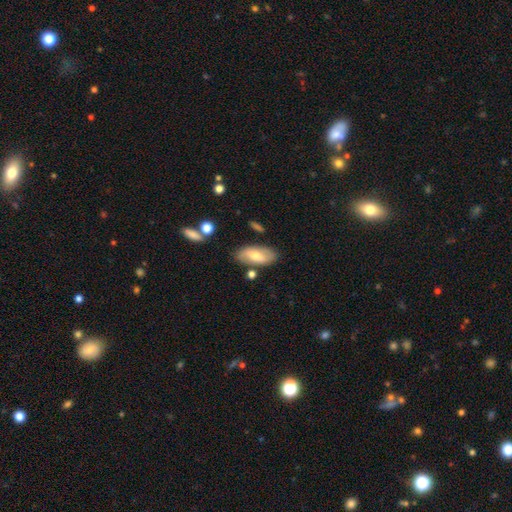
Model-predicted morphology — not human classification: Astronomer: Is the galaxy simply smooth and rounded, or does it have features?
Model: smooth — 52% (runner-up: featured or disk, 41%).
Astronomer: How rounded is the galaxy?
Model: in between — 88%.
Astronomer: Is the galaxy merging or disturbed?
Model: none — 77%.